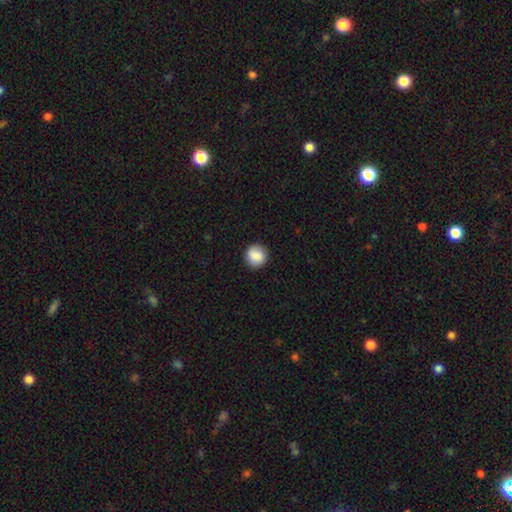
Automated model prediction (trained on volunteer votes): The model was most divided on "smooth or featured": smooth: 88%, star or artifact: 8%, featured or disk: 5%. More confident: how rounded — round (91%); merging — none (90%).